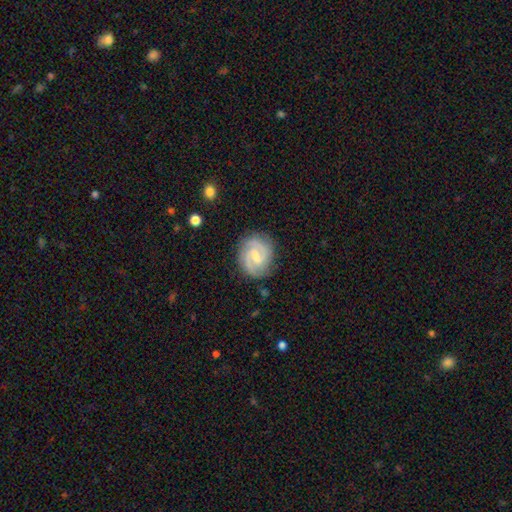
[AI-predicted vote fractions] This appears to be a featured or disk galaxy (83%) with a weak bar (62%), 2 (84%) tight (47%) spiral arms (96%) and a small central bulge (52%). Merging: none (82%).